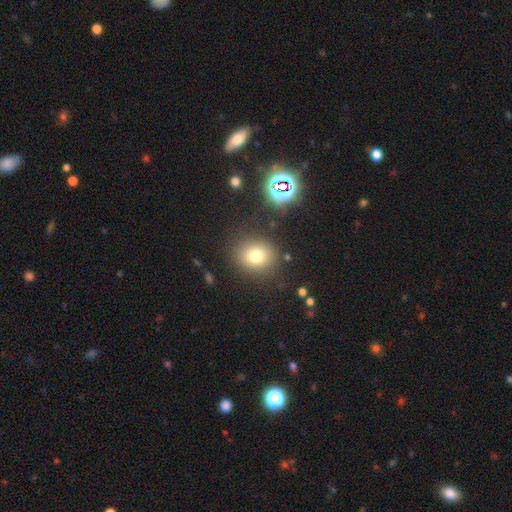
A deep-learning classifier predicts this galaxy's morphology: This appears to be a smooth galaxy with no disk features (74%) that is round (76%). Merging: none (83%).